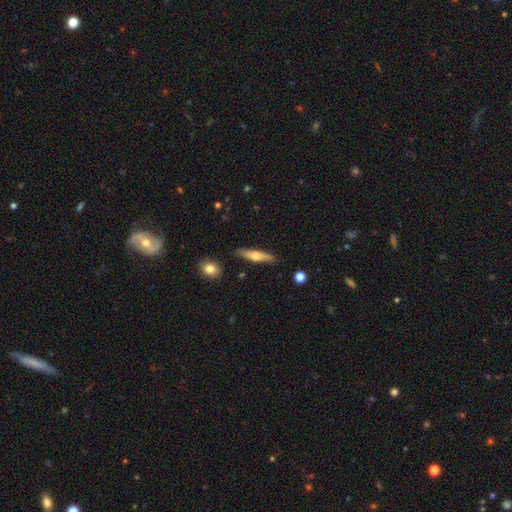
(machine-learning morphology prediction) smooth_or_featured: smooth (p=0.52) [alt: featured or disk p=0.42]
how_rounded: cigar-shaped (p=0.79) [alt: in between p=0.19]
merging: none (p=0.85) [alt: minor disturbance p=0.10]